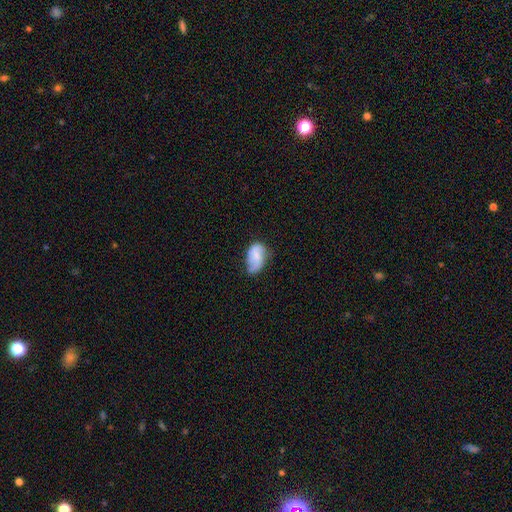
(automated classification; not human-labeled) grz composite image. It shows a smooth galaxy with no disk features (58%) that is in between round and cigar-shaped (89%). Merging: none (41%, tied with minor disturbance).